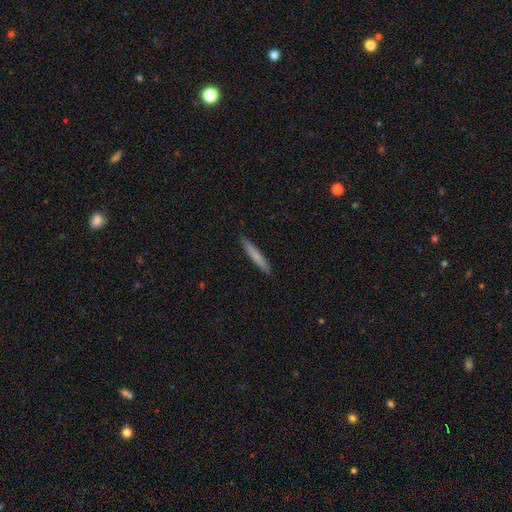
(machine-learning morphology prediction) This appears to be a smooth galaxy with no disk features (72%) that is cigar-shaped (95%). Merging: none (91%).